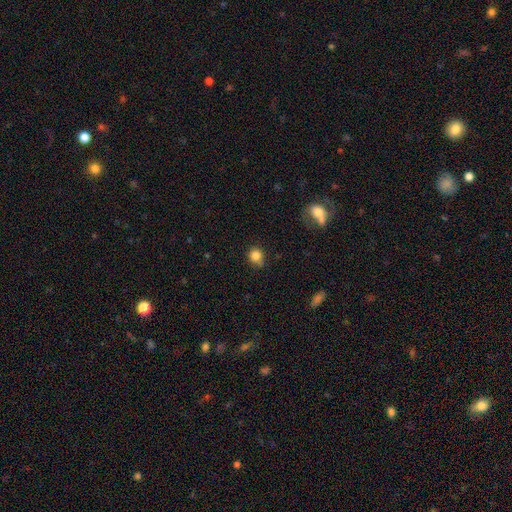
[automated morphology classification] Smooth or featured: smooth — 83% (star or artifact — 11%)
How rounded: round — 82% (in between — 17%)
Merging: none — 69% (minor disturbance — 23%)